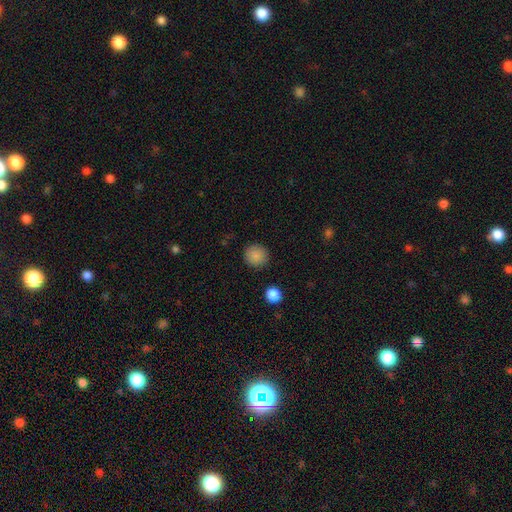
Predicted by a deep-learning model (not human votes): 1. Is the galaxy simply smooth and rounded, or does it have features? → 87% smooth, 9% star or artifact, 4% featured or disk.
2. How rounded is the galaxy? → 92% round, 7% in between, 1% cigar-shaped.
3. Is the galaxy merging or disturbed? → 90% none, 6% minor disturbance, 2% major disturbance, 1% merger.